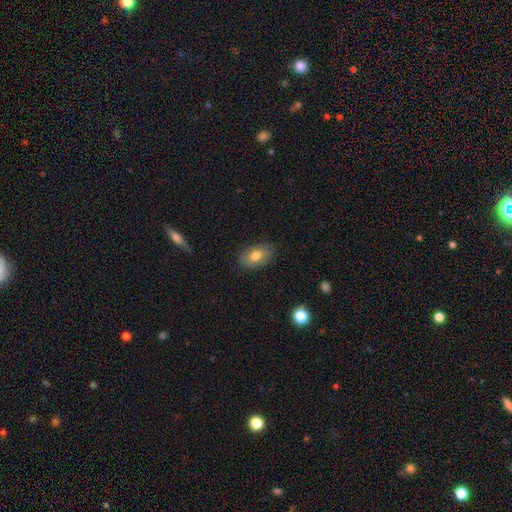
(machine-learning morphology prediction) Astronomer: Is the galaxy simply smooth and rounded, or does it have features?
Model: smooth — 75%.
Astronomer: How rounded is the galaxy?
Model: in between — 90%.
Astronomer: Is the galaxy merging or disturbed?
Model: none — 80%.